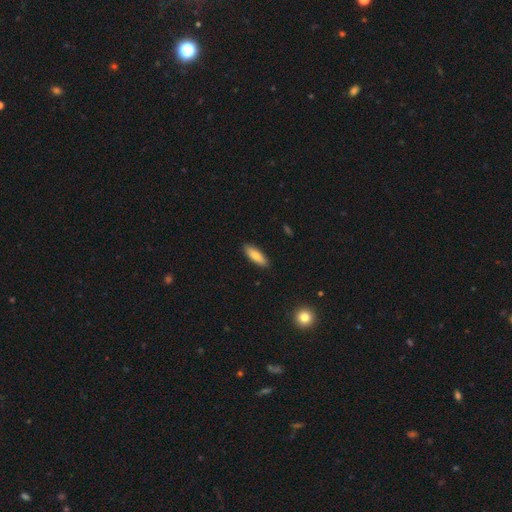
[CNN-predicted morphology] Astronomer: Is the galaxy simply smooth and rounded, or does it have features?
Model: smooth — 79%.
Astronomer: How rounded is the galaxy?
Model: in between — 55% (runner-up: cigar-shaped, 43%).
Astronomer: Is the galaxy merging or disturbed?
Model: none — 89%.